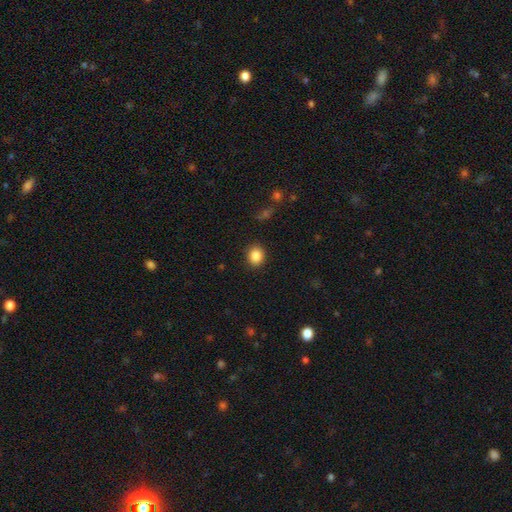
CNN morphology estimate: Smooth or featured? smooth (87%)
How rounded? round (69%)
Merging? none (89%)